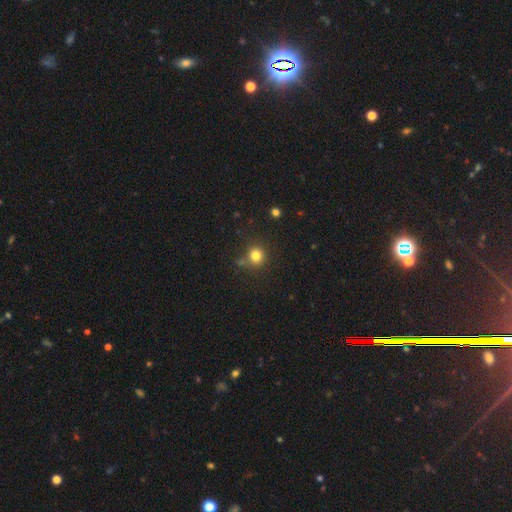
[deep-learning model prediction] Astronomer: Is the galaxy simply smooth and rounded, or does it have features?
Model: smooth — 80%.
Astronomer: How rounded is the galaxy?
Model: round — 90%.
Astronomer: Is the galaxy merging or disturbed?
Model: none — 77%.